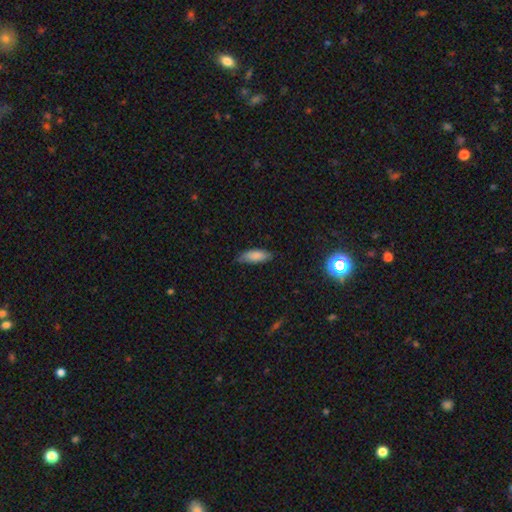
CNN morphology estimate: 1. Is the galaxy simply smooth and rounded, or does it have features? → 81% smooth, 11% featured or disk, 8% star or artifact.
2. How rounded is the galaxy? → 69% in between, 30% cigar-shaped, 2% round.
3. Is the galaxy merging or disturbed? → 73% none, 22% minor disturbance, 3% major disturbance, 1% merger.